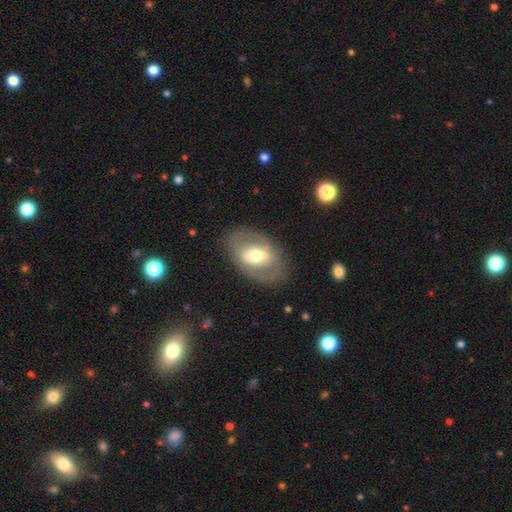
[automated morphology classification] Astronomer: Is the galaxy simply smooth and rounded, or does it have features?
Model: featured or disk — 58% (runner-up: smooth, 36%).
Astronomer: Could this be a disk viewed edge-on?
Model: no — 91%.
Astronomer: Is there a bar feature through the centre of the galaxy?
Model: no — 39% (runner-up: weak, 33%).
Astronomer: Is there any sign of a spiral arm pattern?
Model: no — 71%.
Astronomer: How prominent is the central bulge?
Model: moderate — 64%.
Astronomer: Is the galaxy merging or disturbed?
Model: none — 79%.